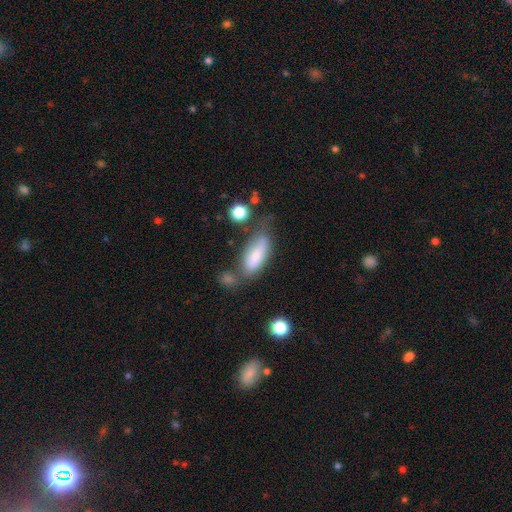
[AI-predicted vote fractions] Smooth or featured? Predicted: smooth (p=0.67). How rounded? Predicted: in between (p=0.74). Merging? Predicted: none (p=0.44).